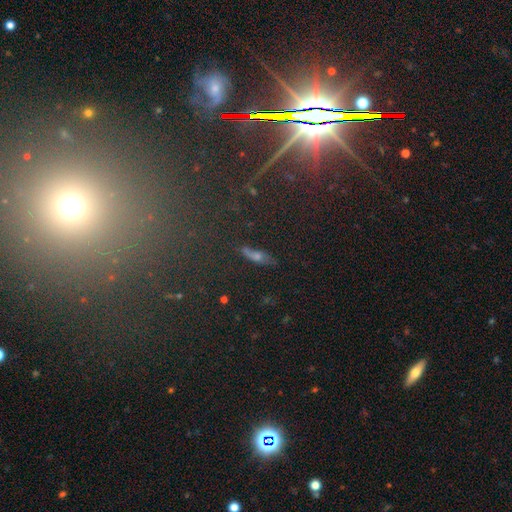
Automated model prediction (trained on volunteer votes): This appears to be a smooth galaxy with no disk features (41%). Merging: none (76%).